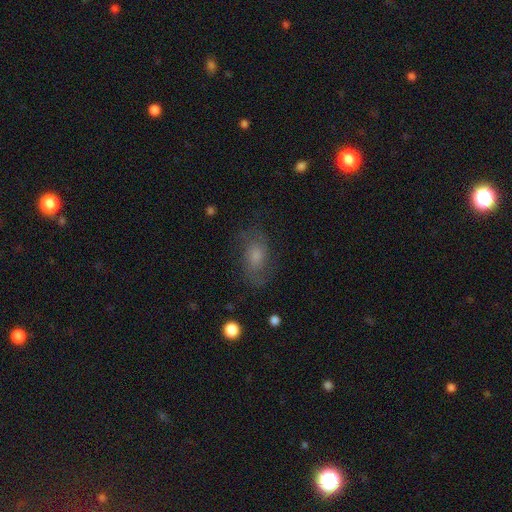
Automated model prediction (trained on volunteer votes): A featured or disk galaxy (54%) with no bar (70%), spiral arms (87%) and a moderate central bulge (45%). Merging: none (72%).